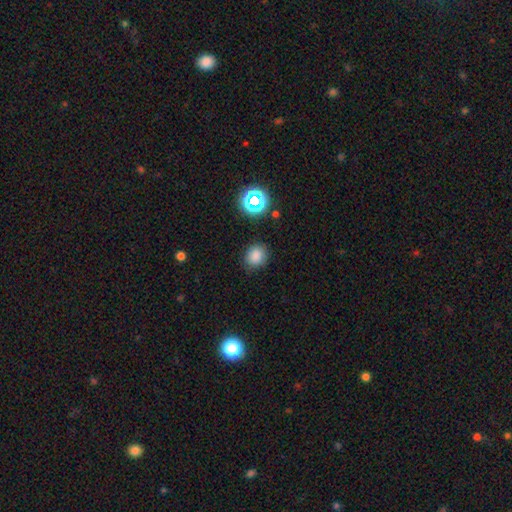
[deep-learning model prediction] Morphology: type=smooth (79%); roundness=round (75%); merging=none (85%).